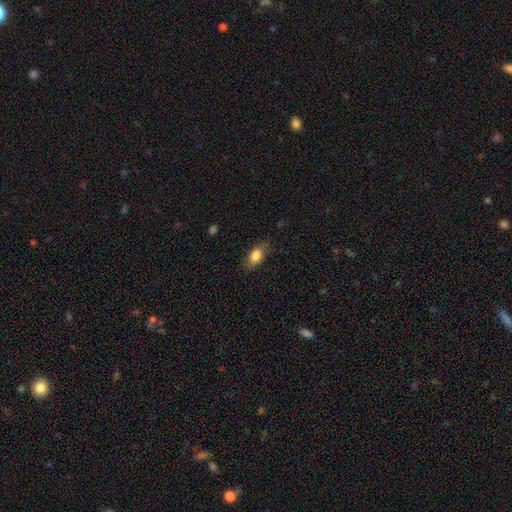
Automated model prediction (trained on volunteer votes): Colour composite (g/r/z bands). It shows a smooth galaxy with no disk features (80%) that is in between round and cigar-shaped (85%). Merging: none (79%).